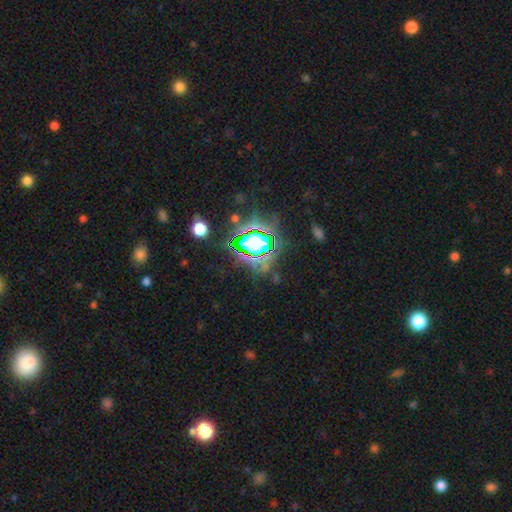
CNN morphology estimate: This is likely a star or artifact rather than a galaxy (68%).